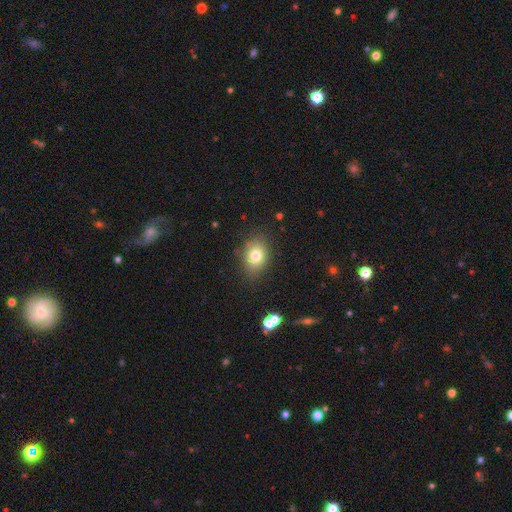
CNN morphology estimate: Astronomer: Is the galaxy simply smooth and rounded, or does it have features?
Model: smooth — 77%.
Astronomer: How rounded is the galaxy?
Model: in between — 66%.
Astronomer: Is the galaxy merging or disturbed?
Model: none — 80%.